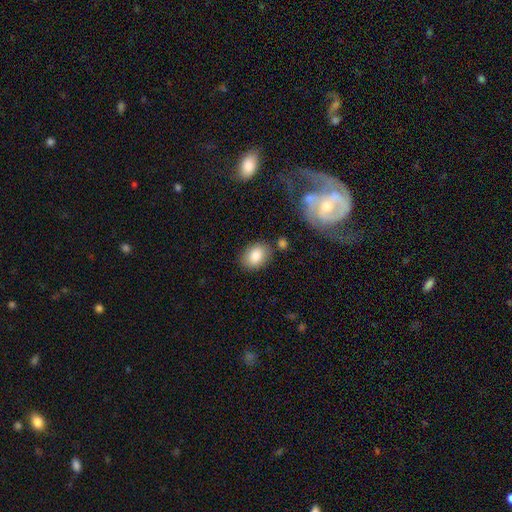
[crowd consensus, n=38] Overall: smooth (87%). How rounded: in between (55%; round 45%). Merging: none (69%).